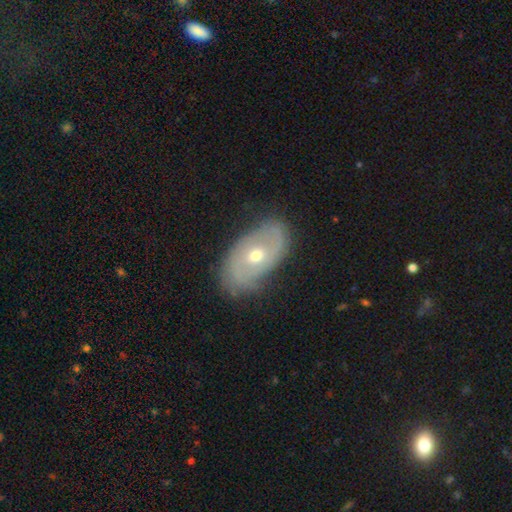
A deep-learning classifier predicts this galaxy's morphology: This appears to be a featured or disk galaxy (67%) with no bar (68%), spiral arms (70%) and a moderate central bulge (68%). Merging: none (78%).